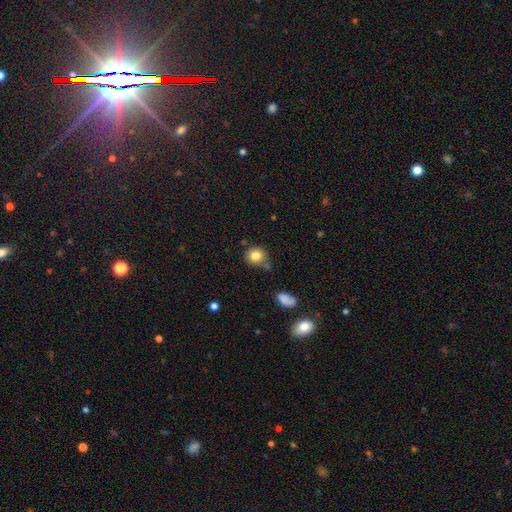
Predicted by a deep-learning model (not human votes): A smooth galaxy with no disk features (83%) that is round (83%).

Vote fractions:
- Smooth or featured? smooth: 83% / star or artifact: 10% / featured or disk: 7%
- How rounded? round: 83% / in between: 16% / cigar-shaped: 1%
- Merging? none: 72% / minor disturbance: 15% / merger: 10% / major disturbance: 4%